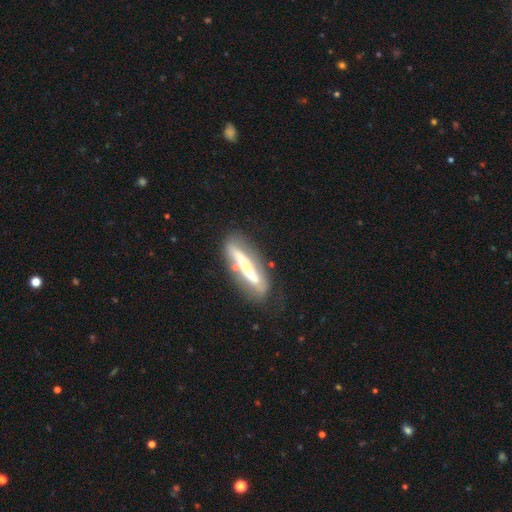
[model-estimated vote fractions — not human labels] Smooth or featured: featured or disk — 56% (smooth — 34%)
Edge-on disk: yes — 67% (no — 33%)
Merging: none — 72% (minor disturbance — 17%)